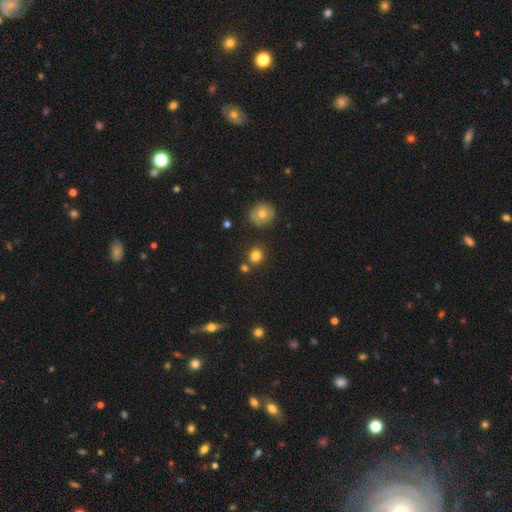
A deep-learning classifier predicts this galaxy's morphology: smooth 79%, star or artifact 13%, featured or disk 8%. Down the decision tree: how rounded — round (78%); merging — none (75%).